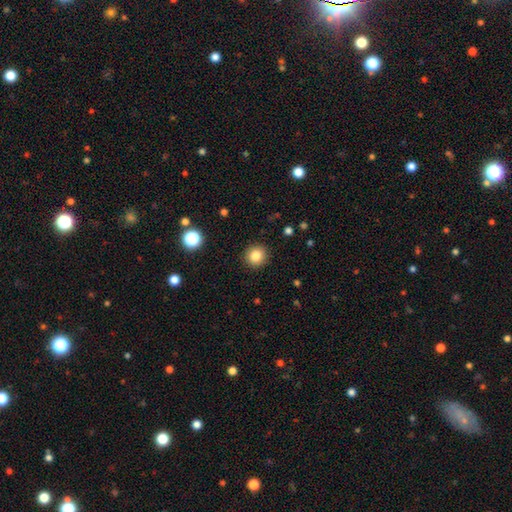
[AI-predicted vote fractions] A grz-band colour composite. It shows a smooth galaxy with no disk features (83%) that is round (93%). Merging: none (92%).